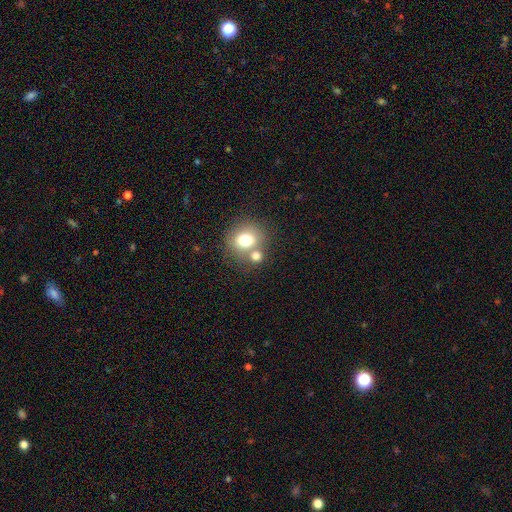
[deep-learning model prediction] The model was most divided on "merging": none: 53%, merger: 34%, minor disturbance: 10%, major disturbance: 4%. More confident: how rounded — round (74%); smooth or featured — smooth (73%).